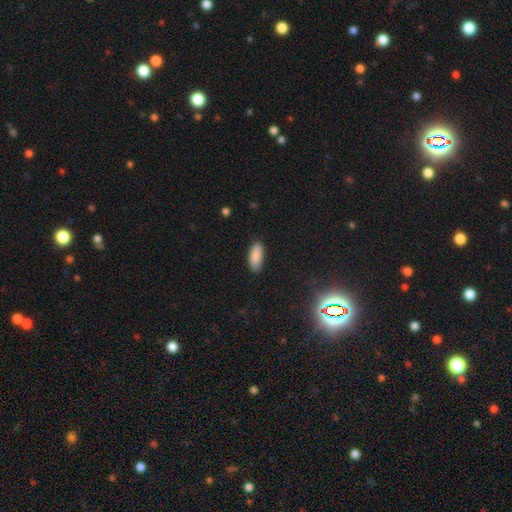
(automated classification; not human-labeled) The model was most divided on "how rounded": in between: 81%, cigar-shaped: 17%, round: 2%. More confident: smooth or featured — smooth (87%); merging — none (86%).